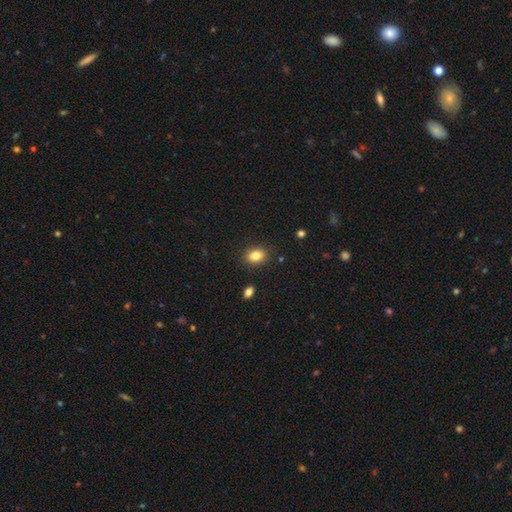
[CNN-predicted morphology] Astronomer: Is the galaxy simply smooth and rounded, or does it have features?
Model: smooth — 84%.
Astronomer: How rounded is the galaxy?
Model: in between — 67%.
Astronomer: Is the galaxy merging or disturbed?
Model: none — 87%.